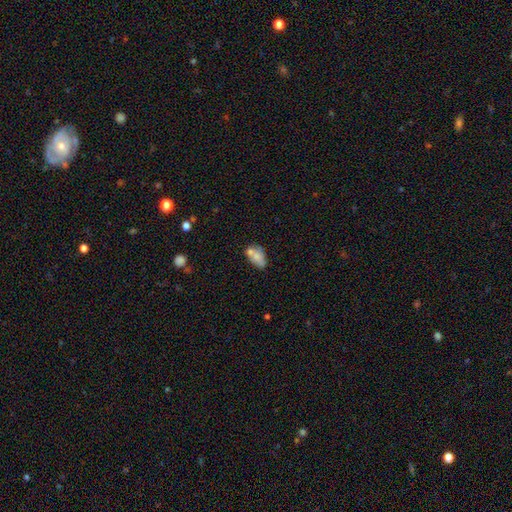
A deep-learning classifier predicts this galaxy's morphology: Smooth or featured? smooth (68%)
How rounded? in between (87%)
Merging? none (43%)